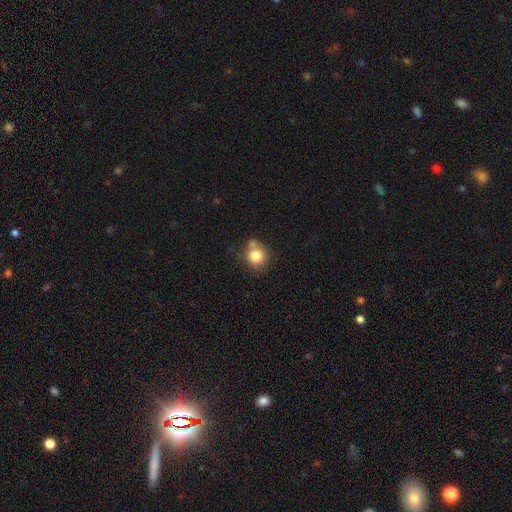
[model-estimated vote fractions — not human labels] A smooth galaxy with no disk features (82%) that is round (85%).

Vote fractions:
- Smooth or featured? smooth: 82% / star or artifact: 10% / featured or disk: 8%
- How rounded? round: 85% / in between: 14% / cigar-shaped: 1%
- Merging? none: 58% / merger: 22% / minor disturbance: 16% / major disturbance: 5%